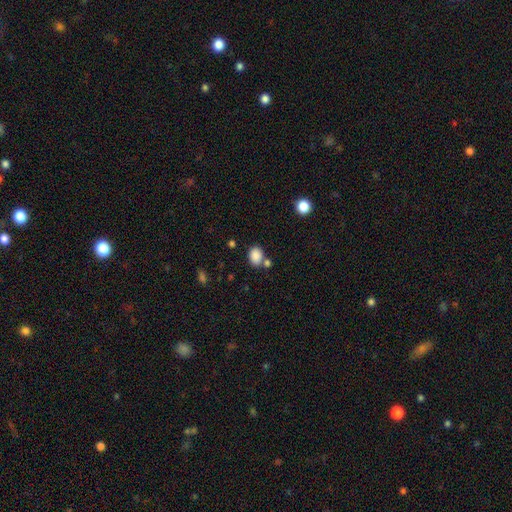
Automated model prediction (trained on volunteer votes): smooth_or_featured: smooth (p=0.86) [alt: star or artifact p=0.09]
how_rounded: in between (p=0.69) [alt: round p=0.30]
merging: none (p=0.64) [alt: merger p=0.18]